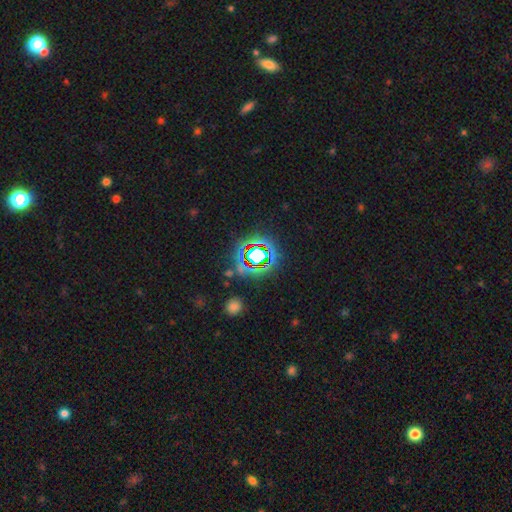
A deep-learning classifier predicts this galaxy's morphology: smooth-or-featured: star or artifact: 71% | smooth: 18% | featured or disk: 11%